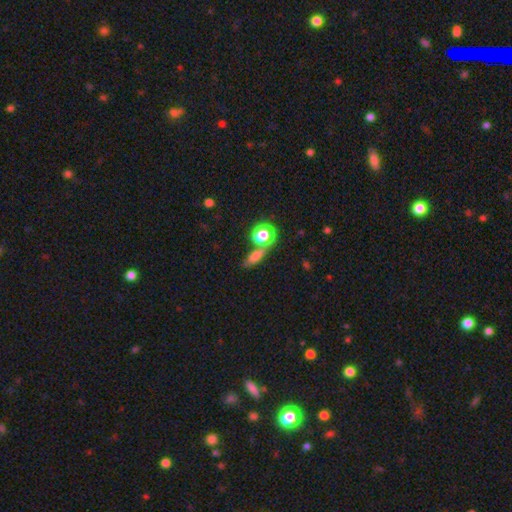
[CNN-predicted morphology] Smooth or featured? Predicted: smooth (p=0.69). How rounded? Predicted: in between (p=0.49). Merging? Predicted: none (p=0.65).